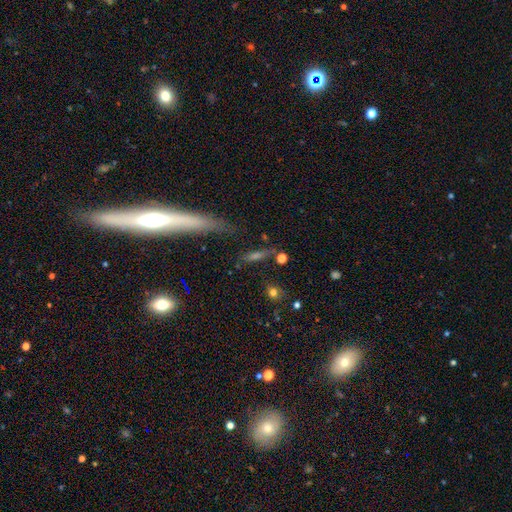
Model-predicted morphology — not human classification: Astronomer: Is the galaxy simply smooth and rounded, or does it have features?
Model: smooth — 46% (runner-up: featured or disk, 34%).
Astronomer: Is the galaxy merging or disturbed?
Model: none — 67%.